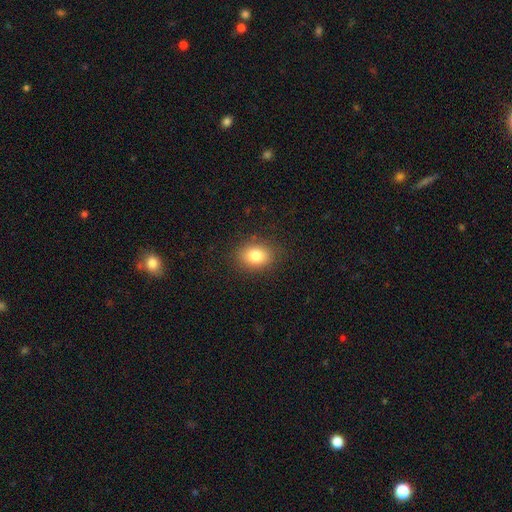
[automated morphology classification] smooth-or-featured: smooth: 81% | star or artifact: 10% | featured or disk: 8%
  how-rounded: in between: 56% | round: 43% | cigar-shaped: 1%
  merging: none: 86% | minor disturbance: 10% | major disturbance: 3% | merger: 1%